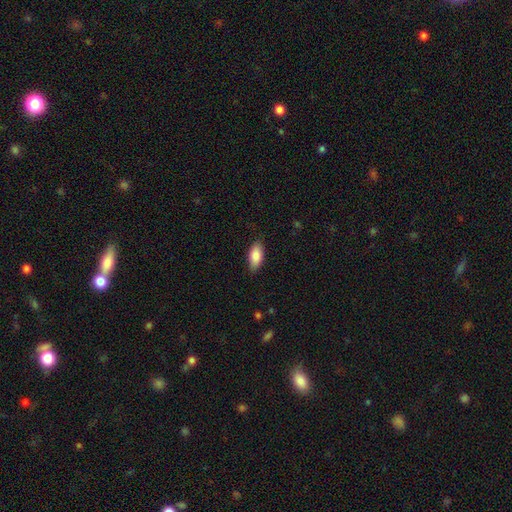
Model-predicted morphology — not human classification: This is clearly a smooth galaxy (85%). How rounded: clearly in between (90%). Merging: clearly none (85%).